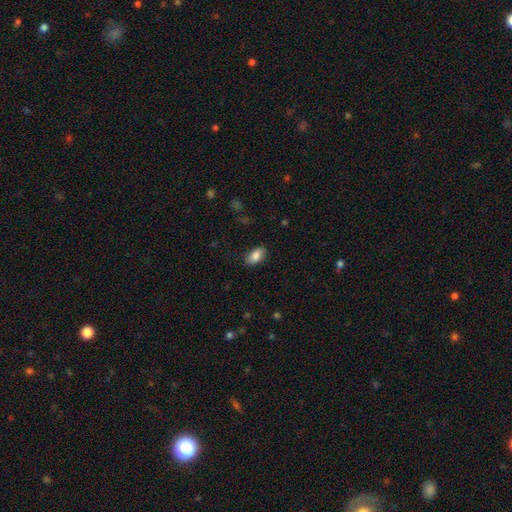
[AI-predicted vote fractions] A smooth galaxy with no disk features (86%) that is in between round and cigar-shaped (91%). Merging: none (84%).